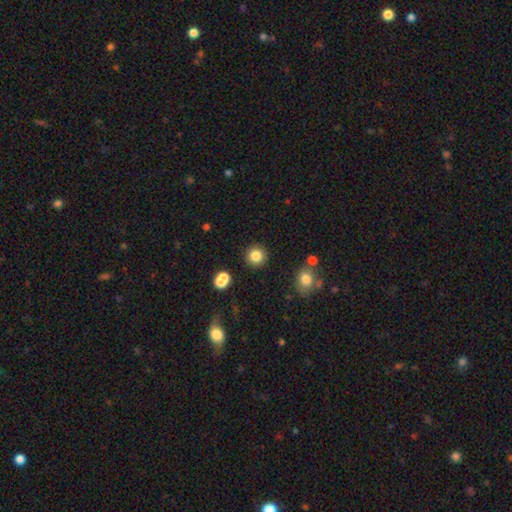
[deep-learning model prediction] Q: Smooth or featured?
A: smooth (84%); runner-up: star or artifact (11%)
Q: How rounded?
A: round (93%); runner-up: in between (6%)
Q: Merging?
A: none (90%); runner-up: minor disturbance (6%)